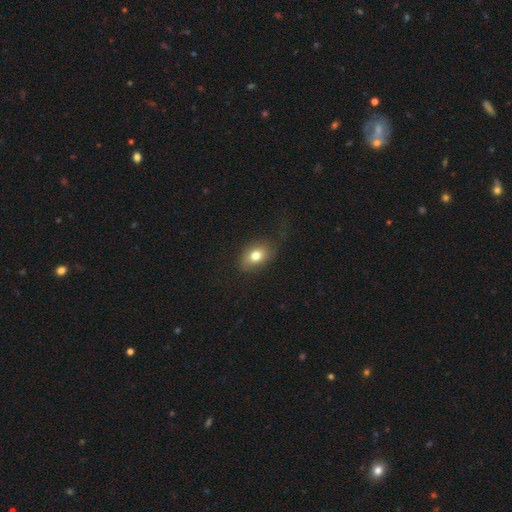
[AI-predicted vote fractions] Q: Smooth or featured?
A: smooth (77%); runner-up: featured or disk (14%)
Q: How rounded?
A: in between (78%); runner-up: round (21%)
Q: Merging?
A: none (67%); runner-up: minor disturbance (21%)